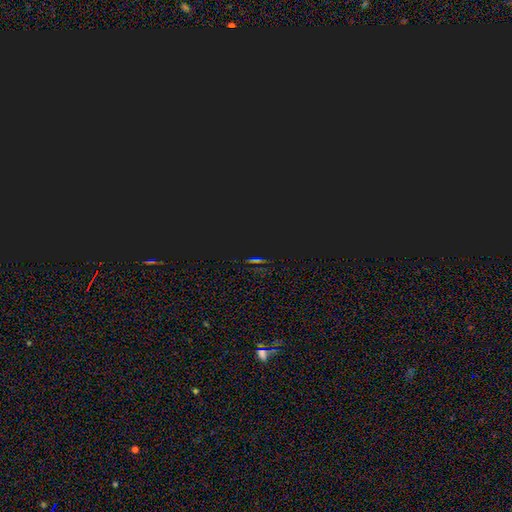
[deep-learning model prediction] smooth-or-featured: star or artifact: 70% | smooth: 19% | featured or disk: 11%